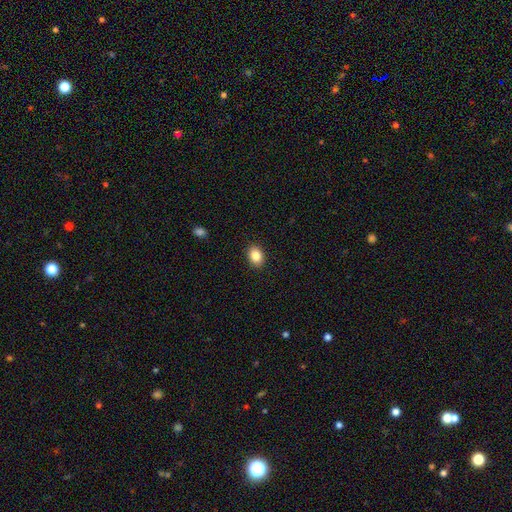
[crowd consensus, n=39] Overall: smooth (90%). How rounded: in between (69%; round 31%). Merging: none (89%).